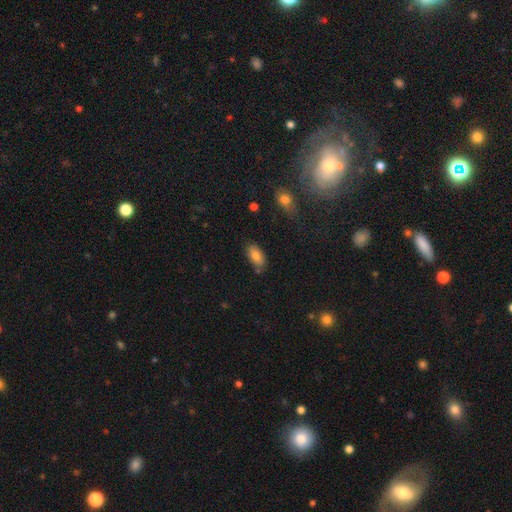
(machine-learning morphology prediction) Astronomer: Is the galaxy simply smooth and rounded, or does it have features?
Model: smooth — 79%.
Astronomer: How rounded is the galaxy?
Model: in between — 91%.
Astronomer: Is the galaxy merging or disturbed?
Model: none — 78%.